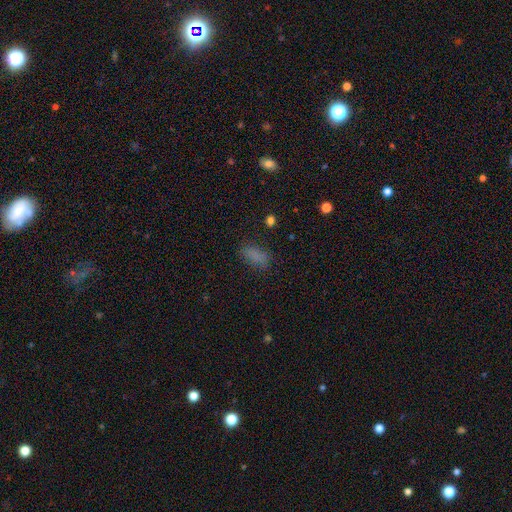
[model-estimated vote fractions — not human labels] Morphology: type=smooth (80%); roundness=in between (85%); merging=none (76%).